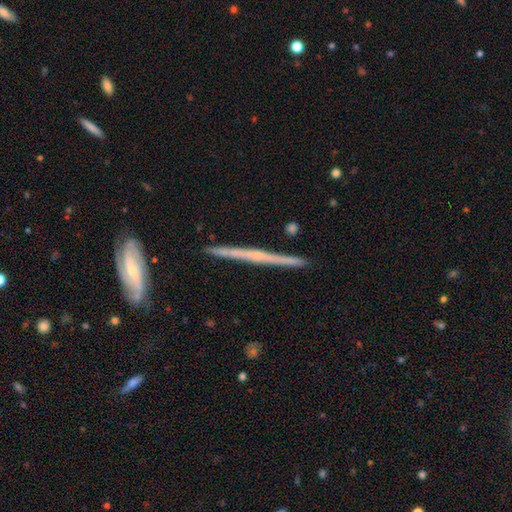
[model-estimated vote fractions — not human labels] Smooth or featured: featured or disk — 71% (smooth — 23%)
Edge-on disk: yes — 97% (no — 3%)
Edge-on bulge: none — 59% (rounded — 33%)
Merging: none — 89% (minor disturbance — 8%)